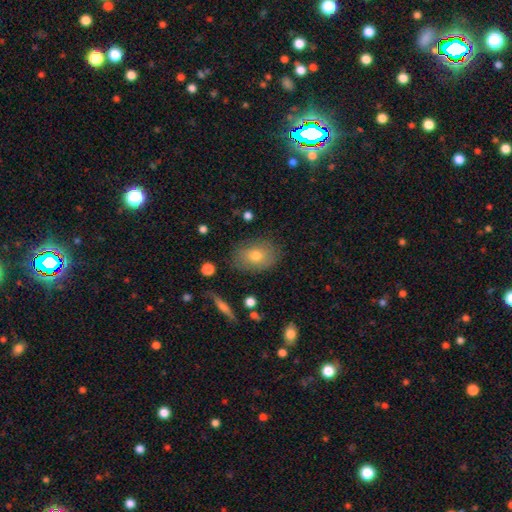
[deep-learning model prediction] Smooth or featured?
  - smooth: 73% *
  - featured or disk: 17%
  - star or artifact: 10%
How rounded?
  - in between: 77% *
  - round: 21%
  - cigar-shaped: 2%
Merging?
  - none: 82% *
  - minor disturbance: 13%
  - major disturbance: 4%
  - merger: 2%